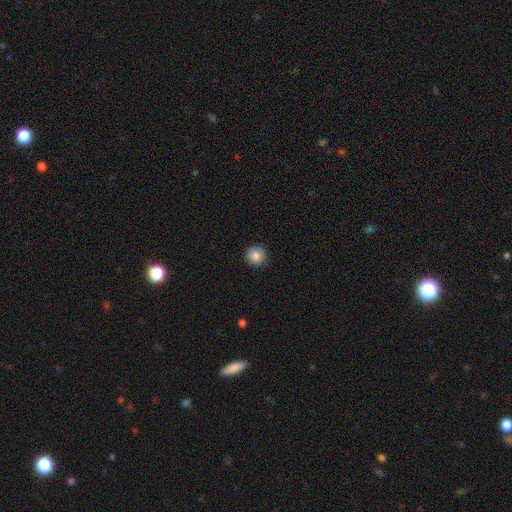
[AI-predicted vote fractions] Morphology: type=smooth (86%); roundness=round (95%); merging=none (91%).